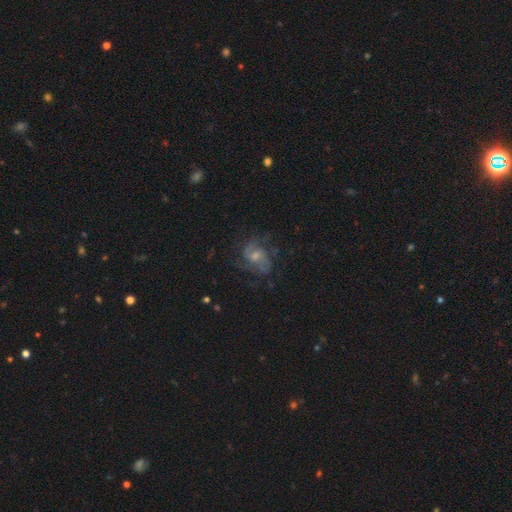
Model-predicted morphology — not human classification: The model was most divided on "bulge size": moderate: 44%, small: 38%, none: 11%, large: 6%, dominant: 1%. Remaining: edge-on disk — no (97%); spiral arms — yes (88%); smooth or featured — featured or disk (73%); merging — none (58%); spiral arm count — 2 (53%); spiral winding — medium (51%); bar — no (50%).